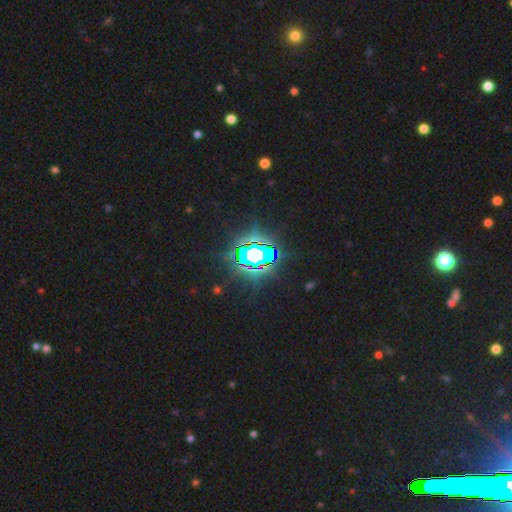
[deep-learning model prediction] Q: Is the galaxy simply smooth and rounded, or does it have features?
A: star or artifact — 76%.